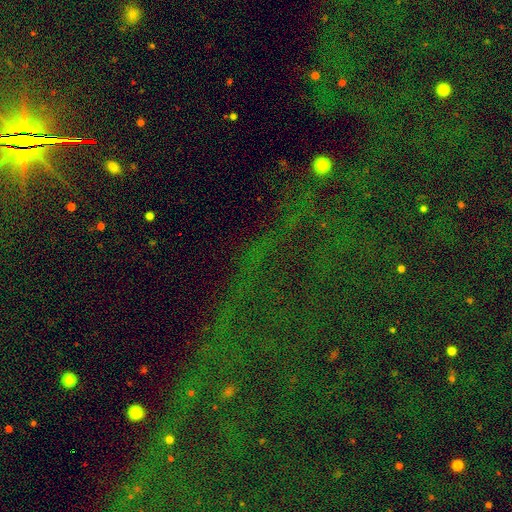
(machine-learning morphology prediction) Overall: star or artifact (80%).